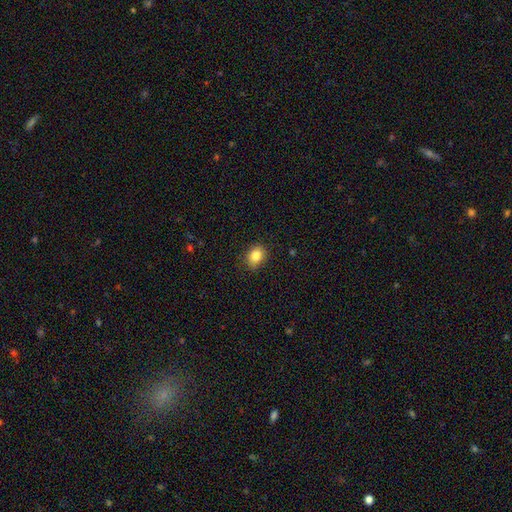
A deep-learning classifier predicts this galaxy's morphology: Overall: smooth (84%). How rounded: in between (55%; round 44%). Merging: none (86%).